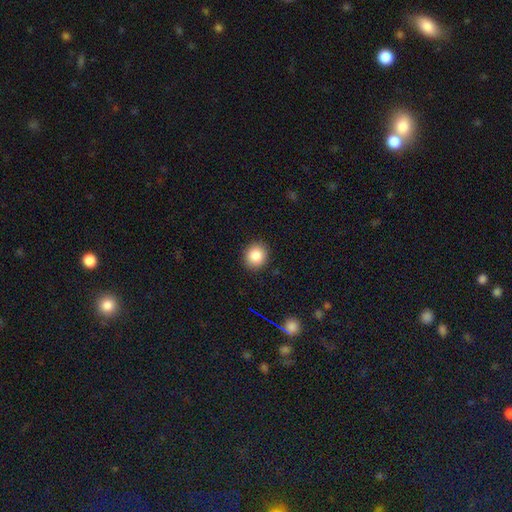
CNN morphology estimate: smooth_or_featured: smooth (p=0.85) [alt: star or artifact p=0.10]
how_rounded: round (p=0.78) [alt: in between p=0.21]
merging: none (p=0.90) [alt: minor disturbance p=0.07]